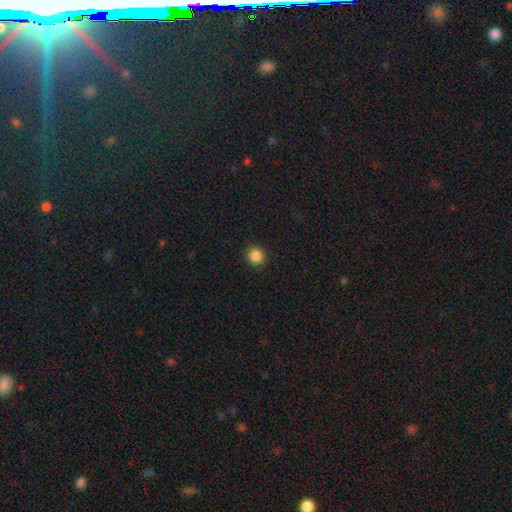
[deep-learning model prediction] Smooth or featured?
  - smooth: 86% *
  - star or artifact: 11%
  - featured or disk: 3%
How rounded?
  - round: 90% *
  - in between: 9%
  - cigar-shaped: 1%
Merging?
  - none: 91% *
  - minor disturbance: 6%
  - major disturbance: 2%
  - merger: 1%